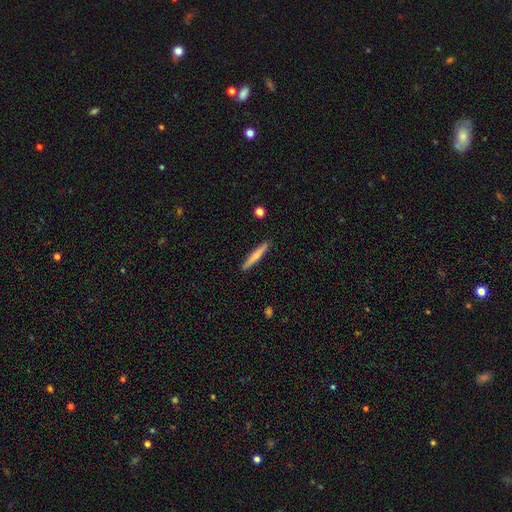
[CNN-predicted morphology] Smooth or featured?
  - smooth: 65% *
  - featured or disk: 29%
  - star or artifact: 6%
How rounded?
  - cigar-shaped: 95% *
  - in between: 4%
  - round: 1%
Merging?
  - none: 90% *
  - minor disturbance: 7%
  - merger: 1%
  - major disturbance: 1%